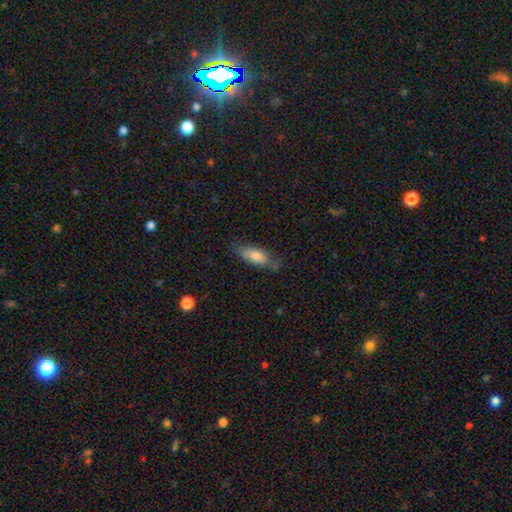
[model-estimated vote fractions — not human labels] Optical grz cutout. It shows a smooth galaxy with no disk features (73%) that is in between round and cigar-shaped (68%). Merging: none (66%).